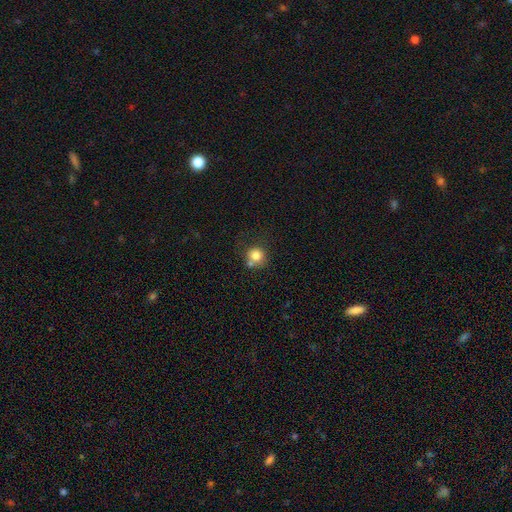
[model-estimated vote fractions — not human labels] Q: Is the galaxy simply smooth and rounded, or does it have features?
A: smooth — 81%.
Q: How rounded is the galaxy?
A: round — 89%.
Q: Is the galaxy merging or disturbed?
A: none — 58%.